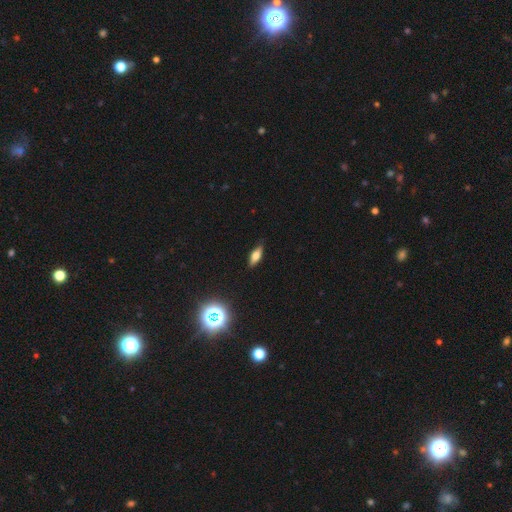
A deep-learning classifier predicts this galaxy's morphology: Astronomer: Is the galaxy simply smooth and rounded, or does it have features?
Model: smooth — 62%.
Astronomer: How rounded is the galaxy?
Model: in between — 64%.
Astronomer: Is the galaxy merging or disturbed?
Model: none — 85%.